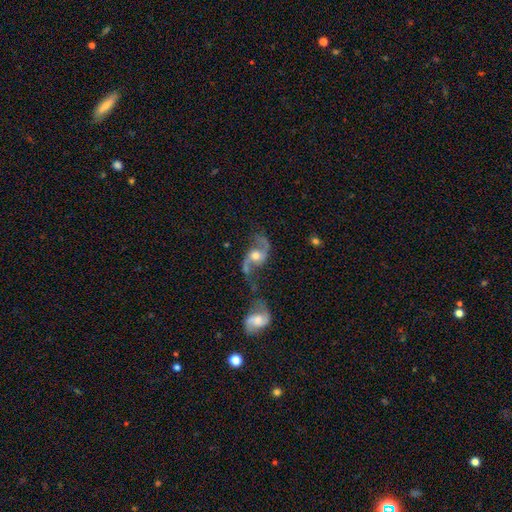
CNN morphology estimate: Overall: featured or disk (88%). Edge-on disk: no (97%). Bar: no (59%; weak 32%). Spiral arms: yes (95%). Spiral arm count: 2 (92%). Spiral winding: loose (64%; medium 30%). Bulge size: moderate (70%). Merging: none (39%; merger 35%).